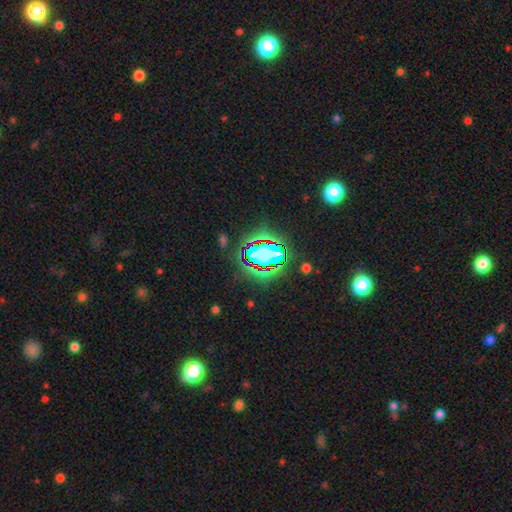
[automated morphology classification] Q: Smooth or featured?
A: star or artifact (76%); runner-up: smooth (14%)